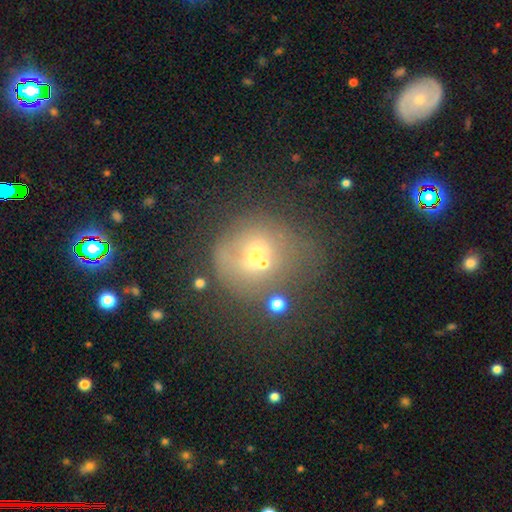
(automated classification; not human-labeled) Smooth or featured? smooth (54%)
How rounded? round (85%)
Merging? none (42%)